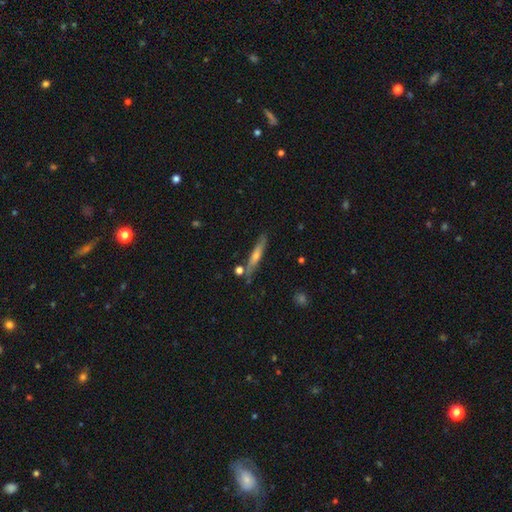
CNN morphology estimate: Smooth or featured? Predicted: featured or disk (p=0.53). Edge-on disk? Predicted: yes (p=0.92). Merging? Predicted: none (p=0.79).